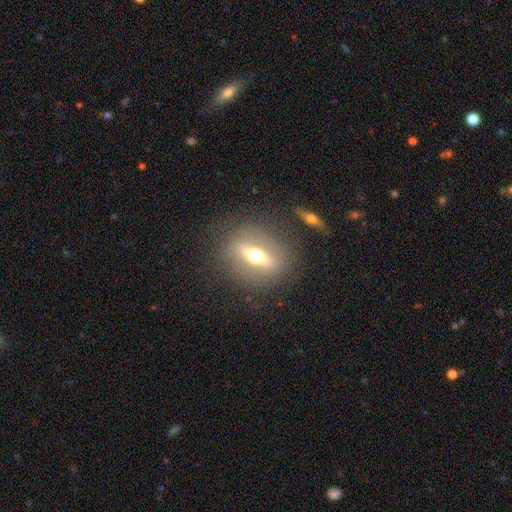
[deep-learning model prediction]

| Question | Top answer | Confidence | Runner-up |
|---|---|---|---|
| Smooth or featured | featured or disk | 62% | smooth (29%) |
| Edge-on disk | yes | 53% | no (47%) |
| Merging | none | 80% | minor disturbance (11%) |